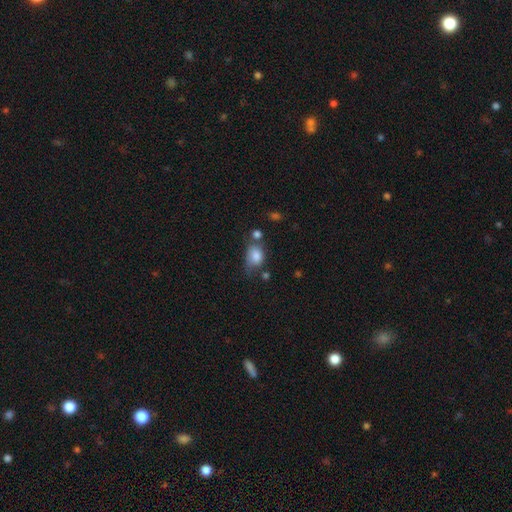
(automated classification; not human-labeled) Smooth or featured: smooth — 81% (featured or disk — 10%)
How rounded: in between — 63% (round — 36%)
Merging: none — 43% (minor disturbance — 30%)